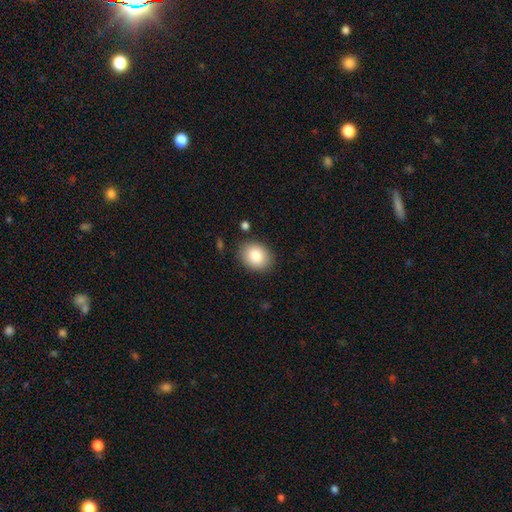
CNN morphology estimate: The model was most divided on "how rounded": in between: 54%, round: 45%, cigar-shaped: 1%. More confident: merging — none (86%); smooth or featured — smooth (85%).